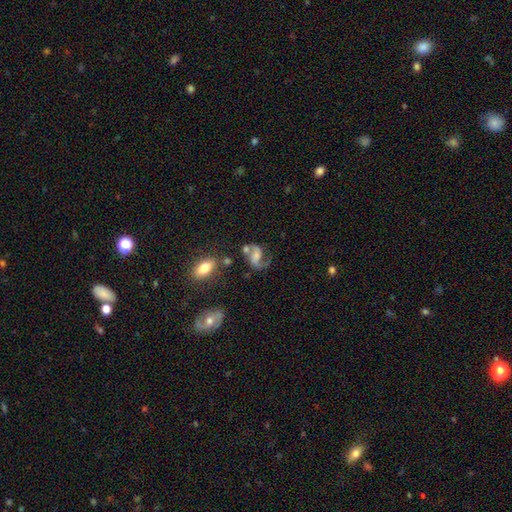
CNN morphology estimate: Smooth or featured: featured or disk — 76% (smooth — 15%)
Edge-on disk: no — 97% (yes — 3%)
Bar: no — 45% (weak — 38%)
Spiral arms: yes — 93% (no — 7%)
Spiral winding: loose — 50% (medium — 41%)
Spiral arm count: 2 — 79% (1 — 15%)
Bulge size: none — 33% (moderate — 27%)
Merging: none — 46% (major disturbance — 20%)